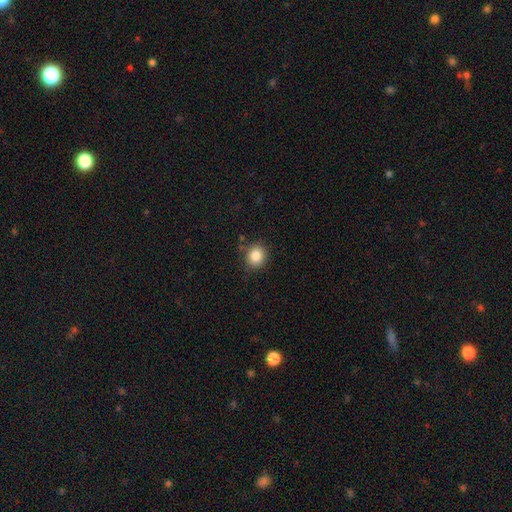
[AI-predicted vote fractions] The model was most divided on "how rounded": round: 85%, in between: 14%, cigar-shaped: 1%. More confident: merging — none (85%); smooth or featured — smooth (85%).